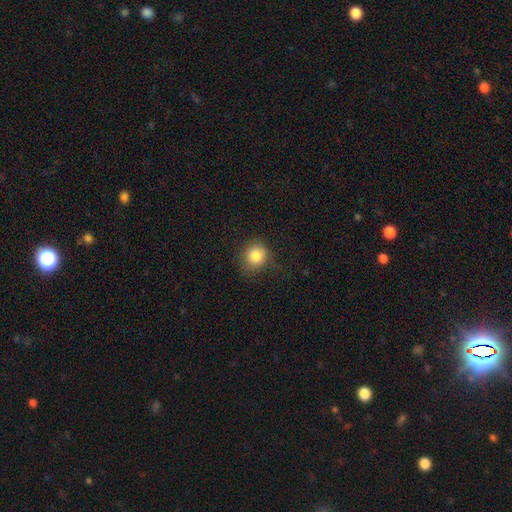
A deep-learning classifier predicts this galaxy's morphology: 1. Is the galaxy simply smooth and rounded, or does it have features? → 83% smooth, 11% star or artifact, 7% featured or disk.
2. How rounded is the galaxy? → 83% round, 16% in between, 1% cigar-shaped.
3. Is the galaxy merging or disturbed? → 78% none, 16% minor disturbance, 5% major disturbance, 1% merger.